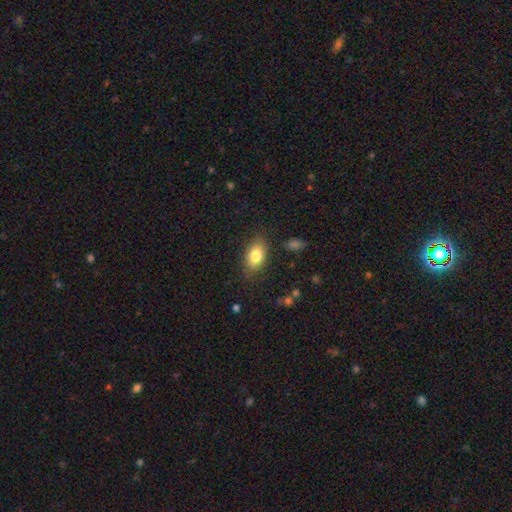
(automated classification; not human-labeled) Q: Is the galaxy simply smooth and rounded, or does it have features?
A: smooth — 81%.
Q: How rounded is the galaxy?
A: in between — 89%.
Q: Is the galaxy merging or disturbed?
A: none — 82%.